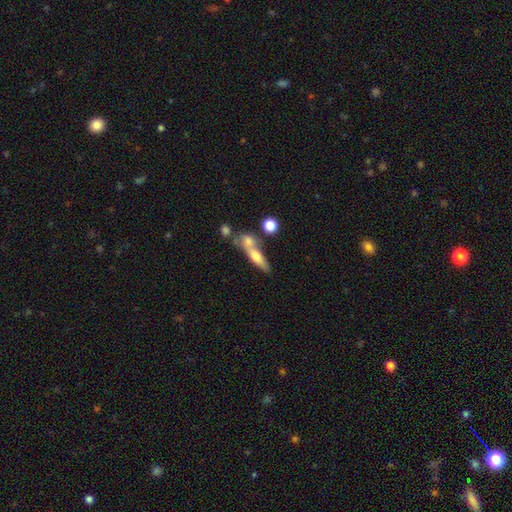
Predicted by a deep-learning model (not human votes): Smooth or featured? smooth (58%)
How rounded? cigar-shaped (57%)
Merging? merger (42%)